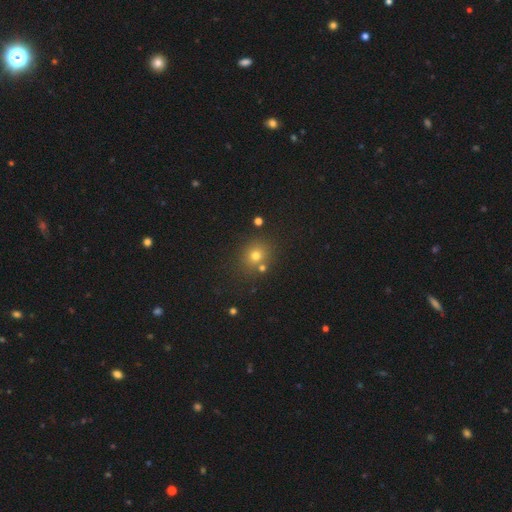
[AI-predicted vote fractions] A smooth galaxy with no disk features (72%) that is round (80%).

Vote fractions:
- Smooth or featured? smooth: 72% / star or artifact: 18% / featured or disk: 9%
- How rounded? round: 80% / in between: 19% / cigar-shaped: 1%
- Merging? none: 74% / merger: 12% / minor disturbance: 10% / major disturbance: 3%